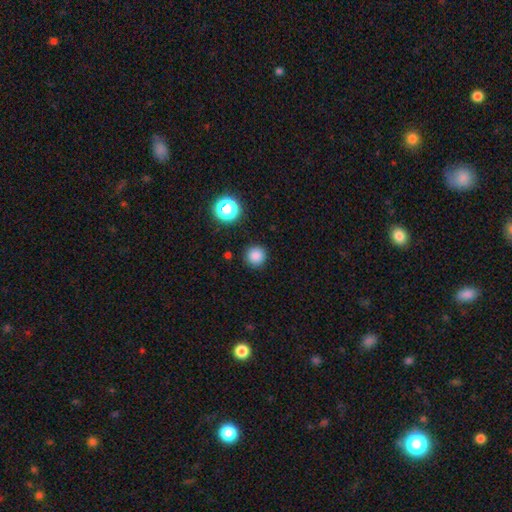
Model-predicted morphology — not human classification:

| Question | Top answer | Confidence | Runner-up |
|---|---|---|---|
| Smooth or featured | smooth | 82% | star or artifact (14%) |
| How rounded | round | 95% | in between (4%) |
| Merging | none | 90% | minor disturbance (6%) |